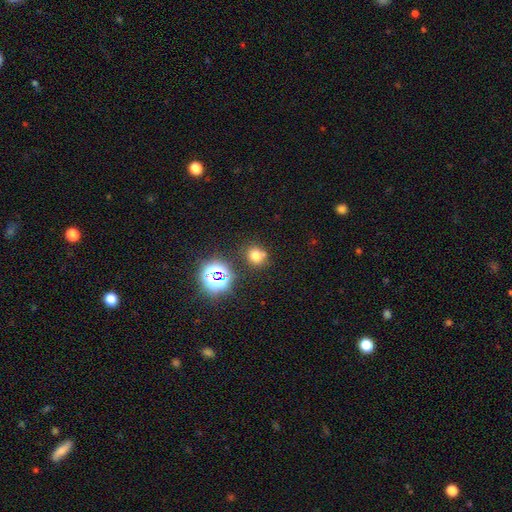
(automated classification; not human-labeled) Morphology: type=smooth (67%); roundness=round (76%); merging=none (69%).